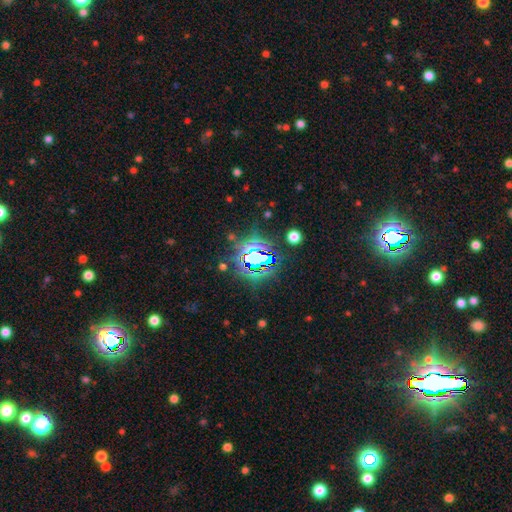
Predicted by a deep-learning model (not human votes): The model was most divided on "smooth or featured": star or artifact: 77%, smooth: 14%, featured or disk: 9%.